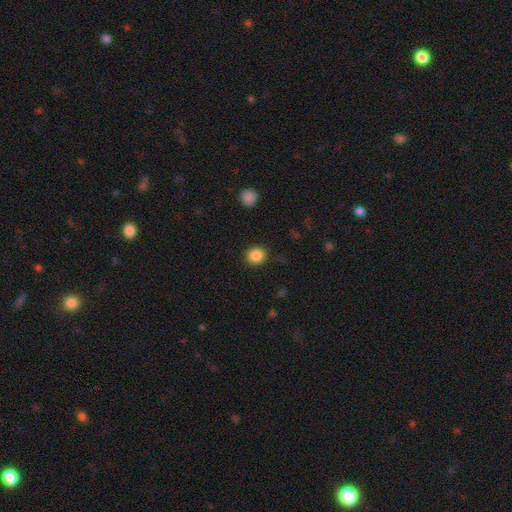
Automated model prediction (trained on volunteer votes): Smooth or featured? Predicted: smooth (p=0.87). How rounded? Predicted: round (p=0.82). Merging? Predicted: none (p=0.88).